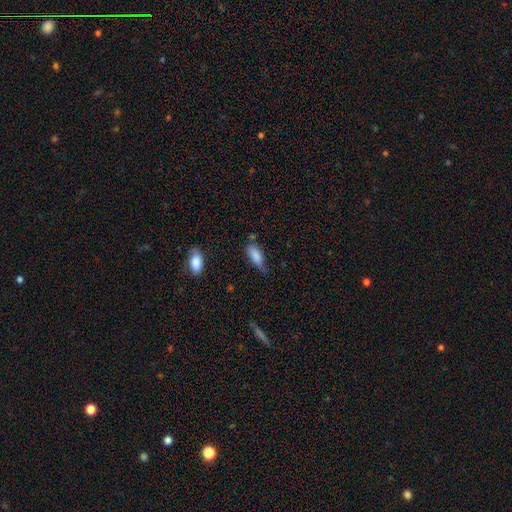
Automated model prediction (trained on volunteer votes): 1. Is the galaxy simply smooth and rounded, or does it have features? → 83% smooth, 10% featured or disk, 7% star or artifact.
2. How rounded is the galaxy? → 77% in between, 21% cigar-shaped, 3% round.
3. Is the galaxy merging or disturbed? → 46% none, 38% minor disturbance, 11% major disturbance, 5% merger.